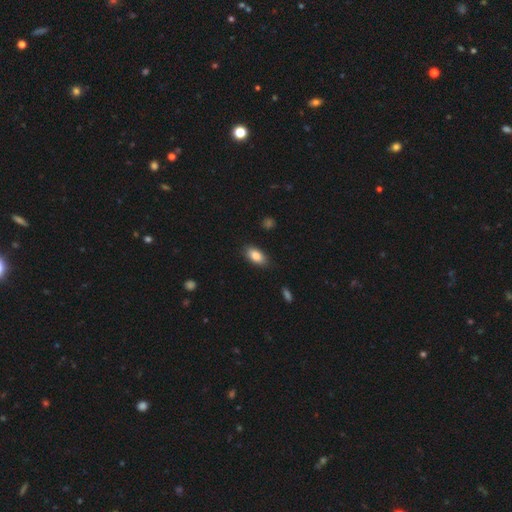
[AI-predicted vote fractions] Smooth or featured? Predicted: smooth (p=0.84). How rounded? Predicted: in between (p=0.90). Merging? Predicted: none (p=0.85).